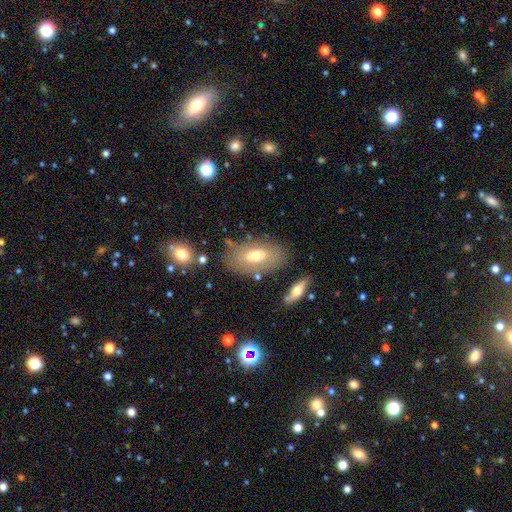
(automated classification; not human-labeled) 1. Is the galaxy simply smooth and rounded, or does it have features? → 60% smooth, 32% featured or disk, 9% star or artifact.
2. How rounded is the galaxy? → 90% in between, 6% round, 4% cigar-shaped.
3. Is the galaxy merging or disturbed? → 71% none, 17% minor disturbance, 6% merger, 6% major disturbance.